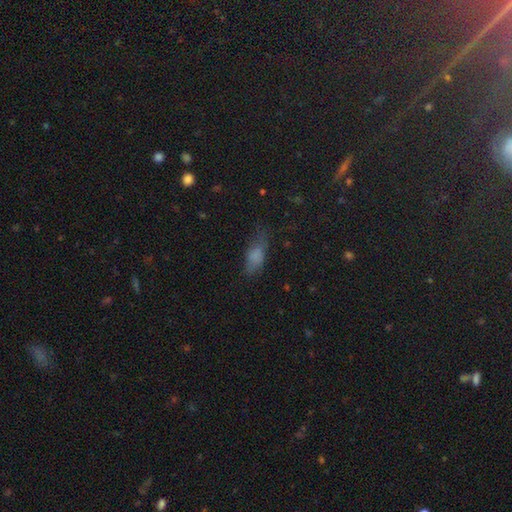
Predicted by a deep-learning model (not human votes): Morphology: type=smooth (73%); roundness=in between (72%); merging=none (55%).